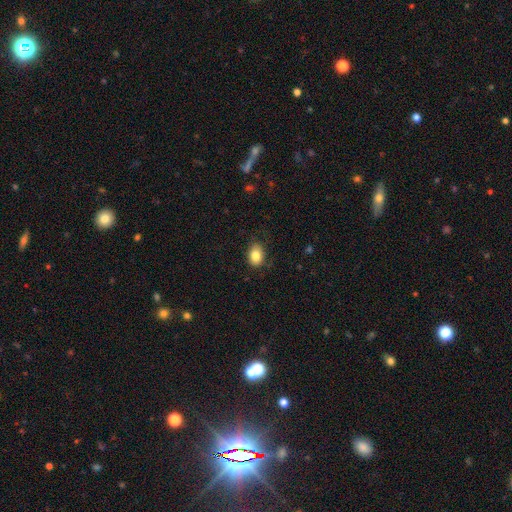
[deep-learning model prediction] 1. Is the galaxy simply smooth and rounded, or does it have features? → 84% smooth, 9% star or artifact, 7% featured or disk.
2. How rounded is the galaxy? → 75% in between, 24% round, 1% cigar-shaped.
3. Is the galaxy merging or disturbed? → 79% none, 16% minor disturbance, 4% major disturbance, 1% merger.